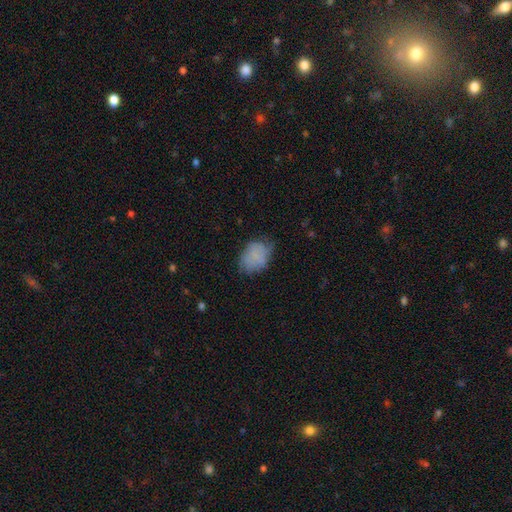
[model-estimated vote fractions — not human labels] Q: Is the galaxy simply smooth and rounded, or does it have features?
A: smooth — 73%.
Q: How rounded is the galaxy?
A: in between — 71%.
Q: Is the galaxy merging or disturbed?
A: none — 52%.